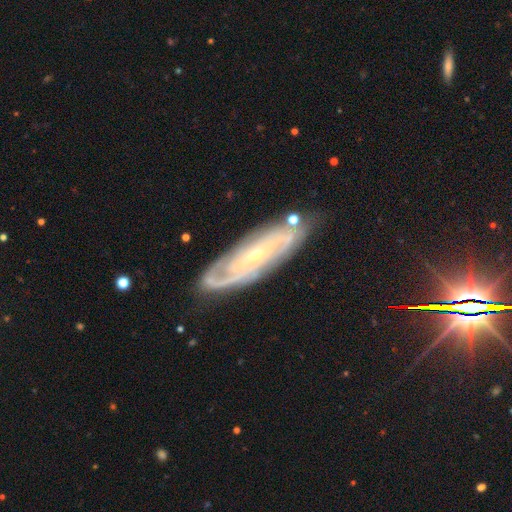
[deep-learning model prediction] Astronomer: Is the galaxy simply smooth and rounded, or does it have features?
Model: featured or disk — 80%.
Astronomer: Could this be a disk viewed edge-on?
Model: no — 81%.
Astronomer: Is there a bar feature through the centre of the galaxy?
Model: no — 56% (runner-up: weak, 31%).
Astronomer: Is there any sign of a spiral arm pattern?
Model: yes — 92%.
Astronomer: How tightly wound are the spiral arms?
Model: tight — 60%.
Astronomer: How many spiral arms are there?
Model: can't tell — 45% (runner-up: 2, 27%).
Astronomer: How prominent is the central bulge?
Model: small — 78%.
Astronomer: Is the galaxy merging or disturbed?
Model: none — 75%.